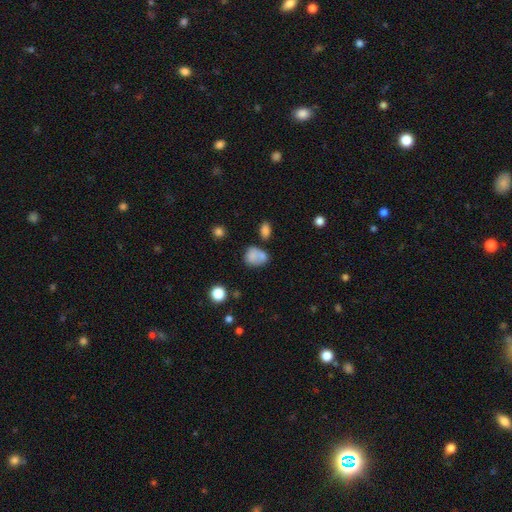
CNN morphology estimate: Smooth or featured: smooth — 75% (featured or disk — 14%)
How rounded: in between — 56% (round — 43%)
Merging: merger — 39% (none — 35%)